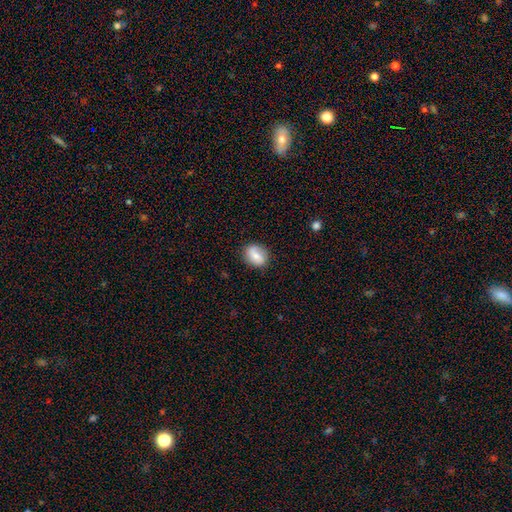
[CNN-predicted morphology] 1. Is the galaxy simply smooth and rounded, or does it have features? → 67% smooth, 26% featured or disk, 8% star or artifact.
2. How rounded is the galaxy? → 58% in between, 40% round, 2% cigar-shaped.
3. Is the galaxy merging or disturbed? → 81% none, 14% minor disturbance, 3% major disturbance, 2% merger.